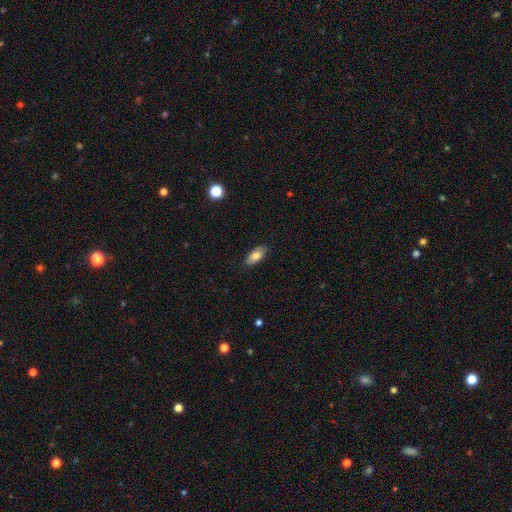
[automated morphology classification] Q: Smooth or featured?
A: smooth (79%); runner-up: featured or disk (14%)
Q: How rounded?
A: in between (87%); runner-up: cigar-shaped (10%)
Q: Merging?
A: none (82%); runner-up: minor disturbance (15%)